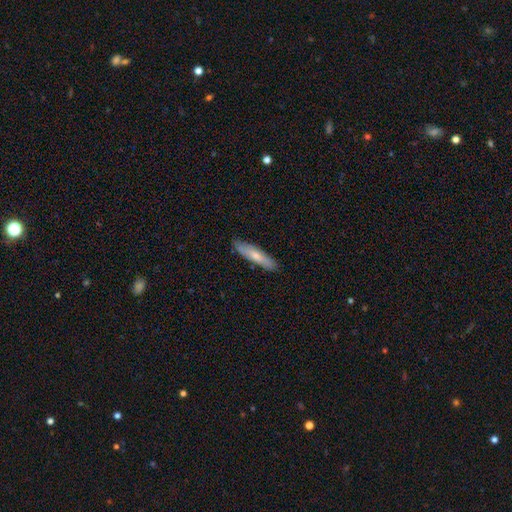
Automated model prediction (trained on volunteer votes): Smooth or featured? smooth (65%)
How rounded? cigar-shaped (78%)
Merging? none (86%)